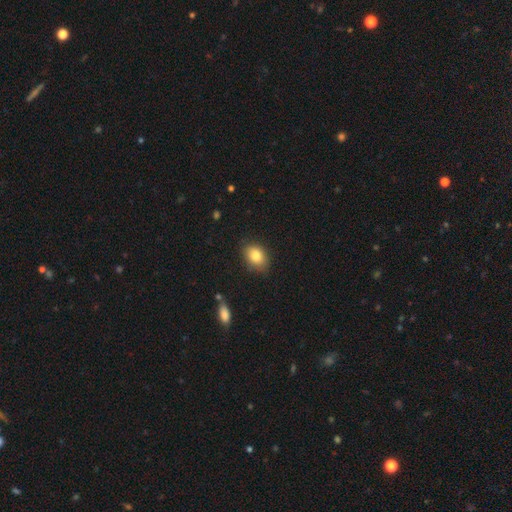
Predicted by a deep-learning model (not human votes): A smooth galaxy with no disk features (82%) that is in between round and cigar-shaped (76%). Merging: none (82%).